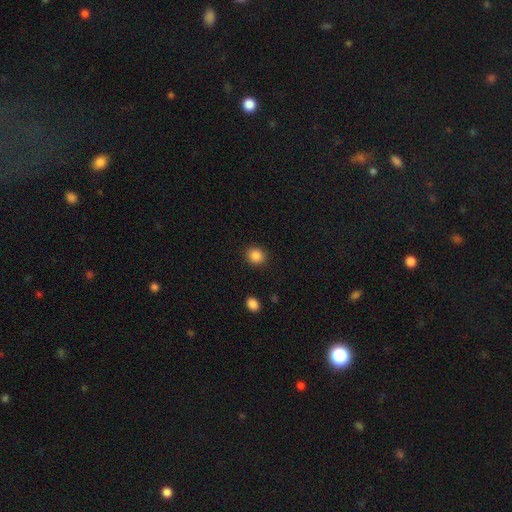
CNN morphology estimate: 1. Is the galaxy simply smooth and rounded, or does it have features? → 87% smooth, 9% star or artifact, 3% featured or disk.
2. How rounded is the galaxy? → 81% round, 18% in between, 1% cigar-shaped.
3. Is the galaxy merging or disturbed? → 91% none, 6% minor disturbance, 2% major disturbance, 1% merger.